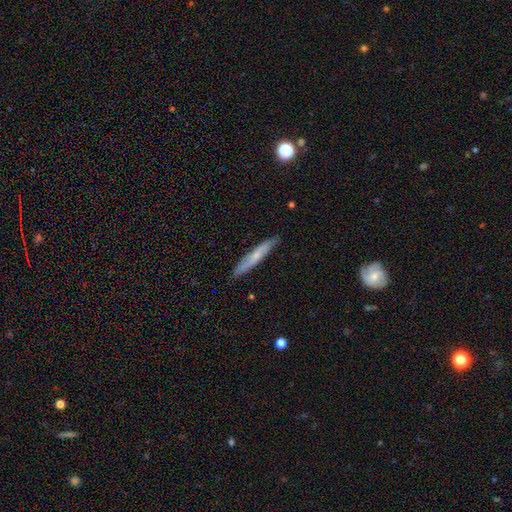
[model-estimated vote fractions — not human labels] Smooth or featured? Predicted: smooth (p=0.49). Merging? Predicted: none (p=0.85).